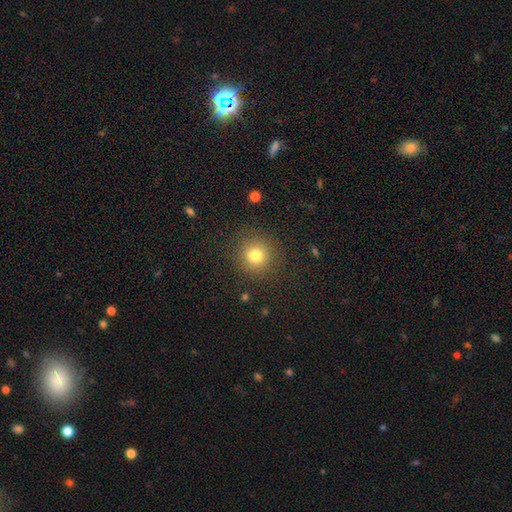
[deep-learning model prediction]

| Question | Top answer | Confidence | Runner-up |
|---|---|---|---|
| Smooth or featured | smooth | 77% | star or artifact (14%) |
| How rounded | round | 91% | in between (8%) |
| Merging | none | 85% | minor disturbance (9%) |